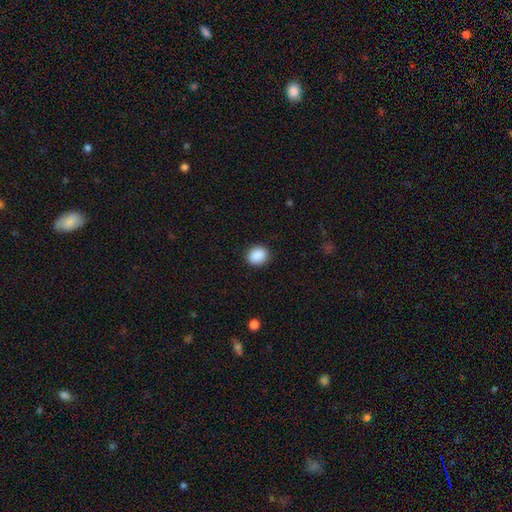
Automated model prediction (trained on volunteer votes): The model was most divided on "how rounded": round: 65%, in between: 34%, cigar-shaped: 1%. More confident: merging — none (90%); smooth or featured — smooth (89%).